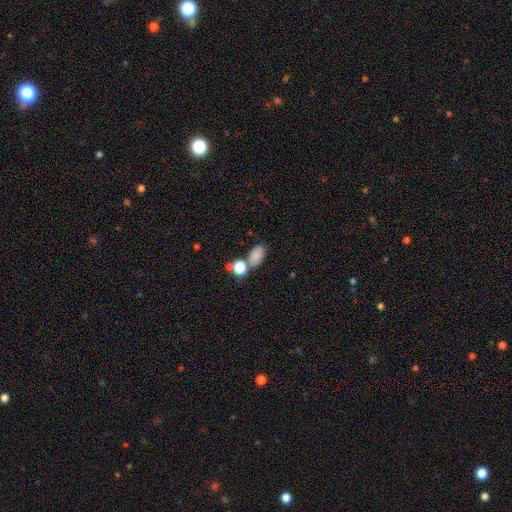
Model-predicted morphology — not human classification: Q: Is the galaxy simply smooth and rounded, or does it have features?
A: smooth — 79%.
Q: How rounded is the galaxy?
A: in between — 85%.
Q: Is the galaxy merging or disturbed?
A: none — 60%.